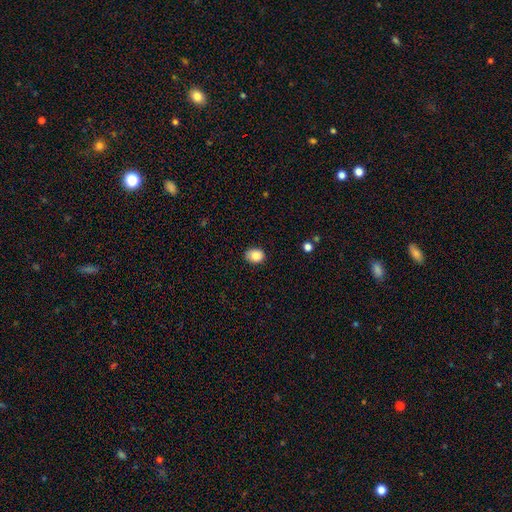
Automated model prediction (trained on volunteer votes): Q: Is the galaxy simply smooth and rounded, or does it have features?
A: smooth — 86%.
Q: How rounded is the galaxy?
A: in between — 55%.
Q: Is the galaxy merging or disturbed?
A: none — 82%.